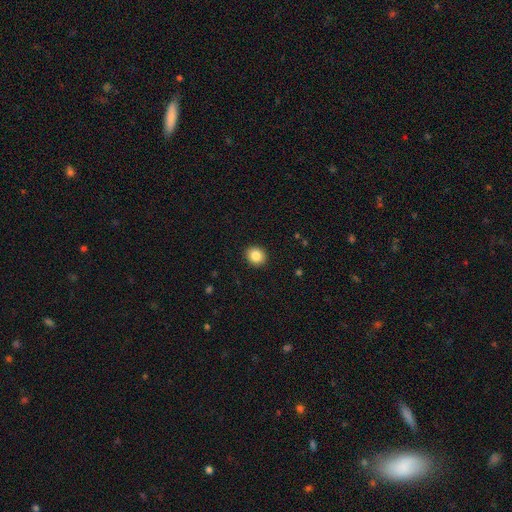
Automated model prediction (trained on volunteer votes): Q: Smooth or featured?
A: smooth (85%); runner-up: star or artifact (9%)
Q: How rounded?
A: round (76%); runner-up: in between (23%)
Q: Merging?
A: none (92%); runner-up: minor disturbance (6%)